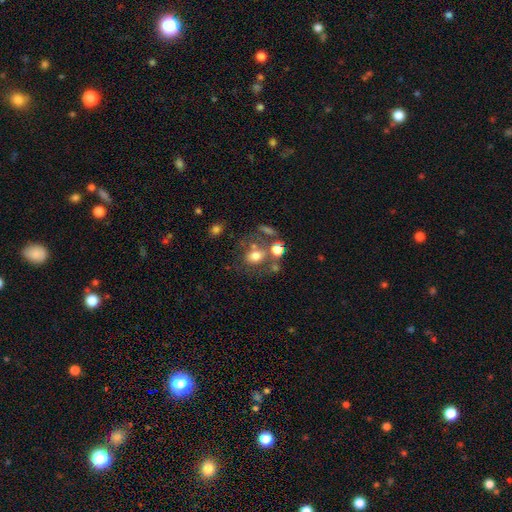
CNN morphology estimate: This is likely a smooth galaxy (64%). How rounded: possibly round (54%). Merging: marginally none (44%).